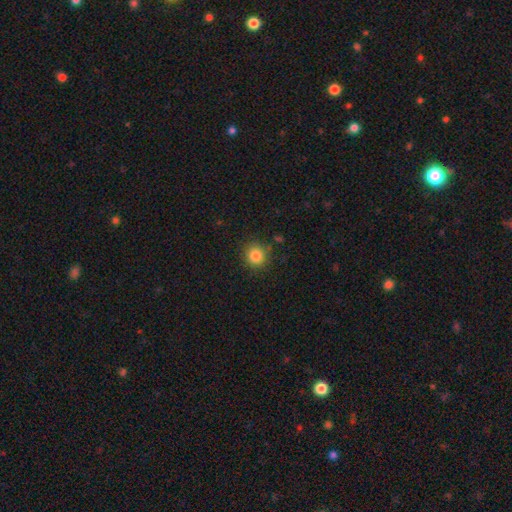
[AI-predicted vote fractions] smooth 85%, star or artifact 11%, featured or disk 5%. Down the decision tree: how rounded — round (89%); merging — none (86%).